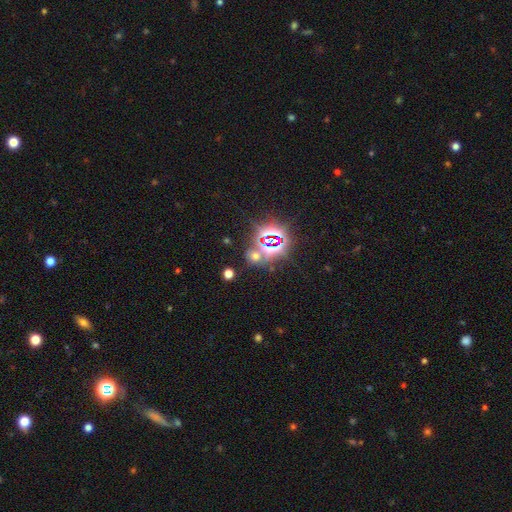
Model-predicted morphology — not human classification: Smooth or featured? Predicted: star or artifact (p=0.63).